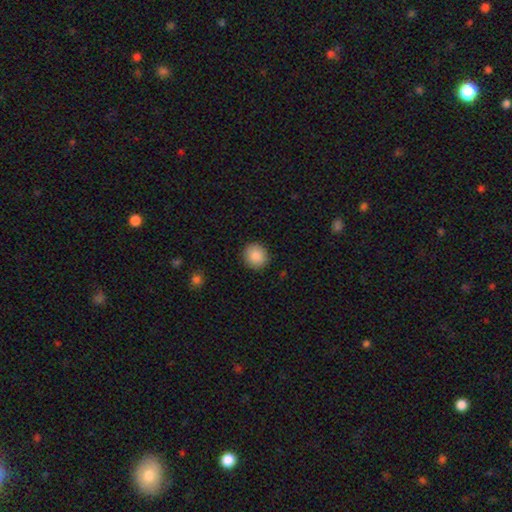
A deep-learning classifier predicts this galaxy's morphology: The model was most divided on "how rounded": round: 89%, in between: 10%, cigar-shaped: 1%. More confident: merging — none (91%); smooth or featured — smooth (87%).